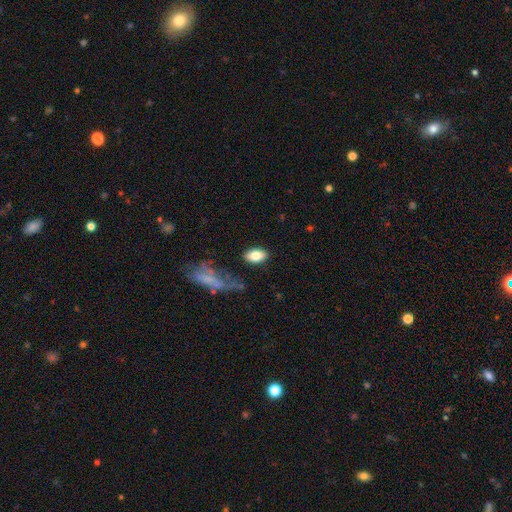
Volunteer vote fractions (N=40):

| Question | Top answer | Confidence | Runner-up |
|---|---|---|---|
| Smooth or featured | smooth | 80% | featured or disk (10%) |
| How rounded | in between | 97% | round (3%) |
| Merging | none | 78% | minor disturbance (14%) |